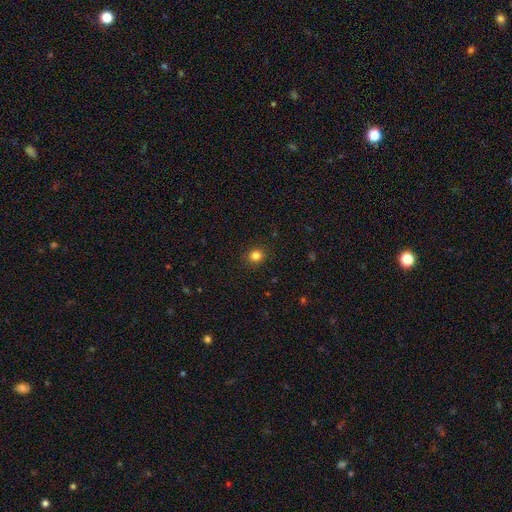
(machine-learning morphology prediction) This is clearly a smooth galaxy (83%). How rounded: likely round (77%). Merging: clearly none (91%).